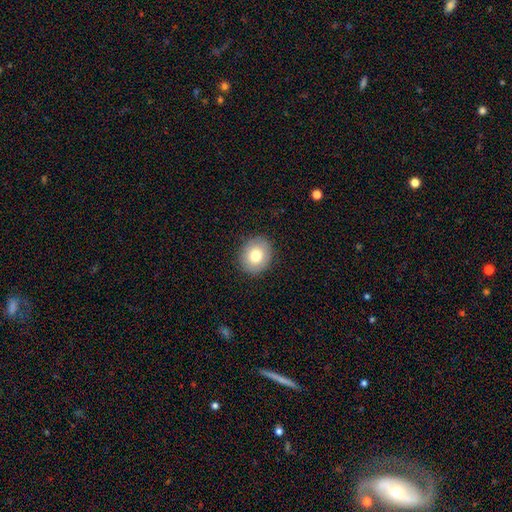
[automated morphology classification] Q: Smooth or featured?
A: smooth (77%); runner-up: featured or disk (14%)
Q: How rounded?
A: round (74%); runner-up: in between (25%)
Q: Merging?
A: none (89%); runner-up: minor disturbance (8%)